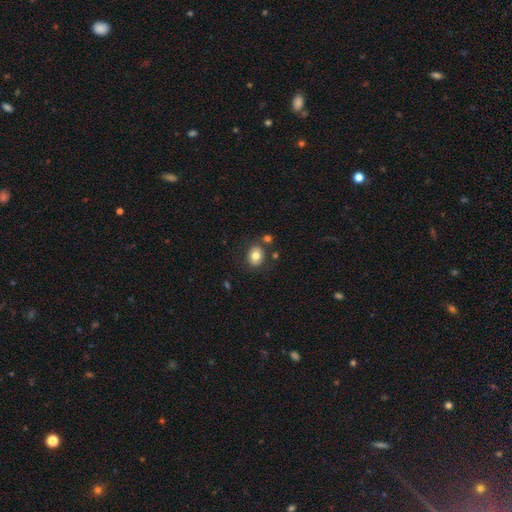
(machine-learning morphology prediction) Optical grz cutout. It shows a smooth galaxy with no disk features (76%) that is round (55%). Merging: none (77%).